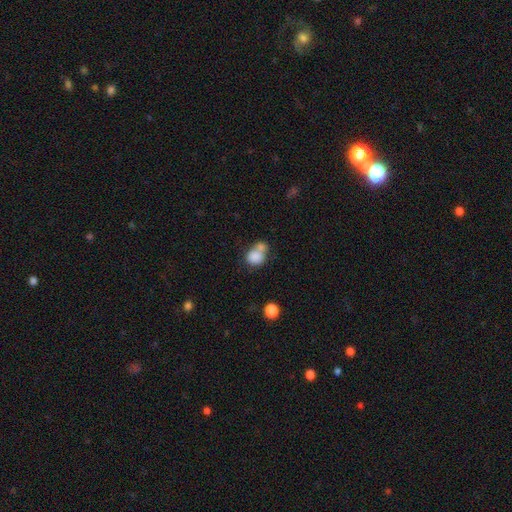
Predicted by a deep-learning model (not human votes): Q: Smooth or featured?
A: smooth (82%); runner-up: star or artifact (9%)
Q: How rounded?
A: round (63%); runner-up: in between (36%)
Q: Merging?
A: merger (50%); runner-up: none (33%)